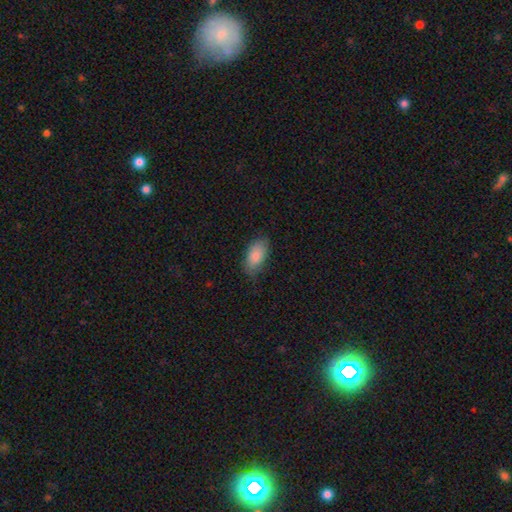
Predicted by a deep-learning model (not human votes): The model was most divided on "merging": none: 77%, minor disturbance: 18%, major disturbance: 4%, merger: 1%. More confident: how rounded — in between (93%); smooth or featured — smooth (85%).